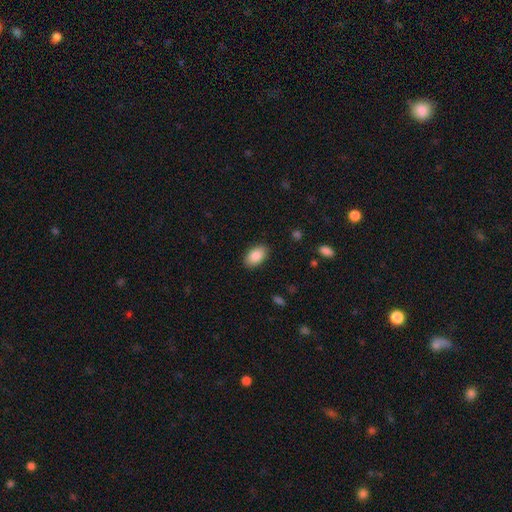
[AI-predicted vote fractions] Smooth or featured?
  - smooth: 87% *
  - star or artifact: 7%
  - featured or disk: 6%
How rounded?
  - in between: 93% *
  - round: 5%
  - cigar-shaped: 1%
Merging?
  - none: 88% *
  - minor disturbance: 9%
  - major disturbance: 2%
  - merger: 1%